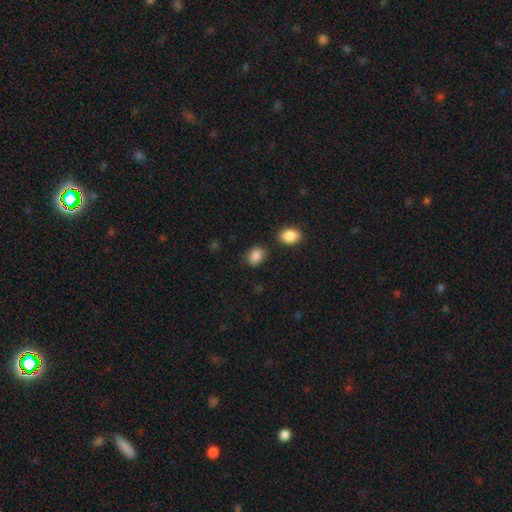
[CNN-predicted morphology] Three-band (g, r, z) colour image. It shows a smooth galaxy with no disk features (87%) that is in between round and cigar-shaped (67%). Merging: none (77%).